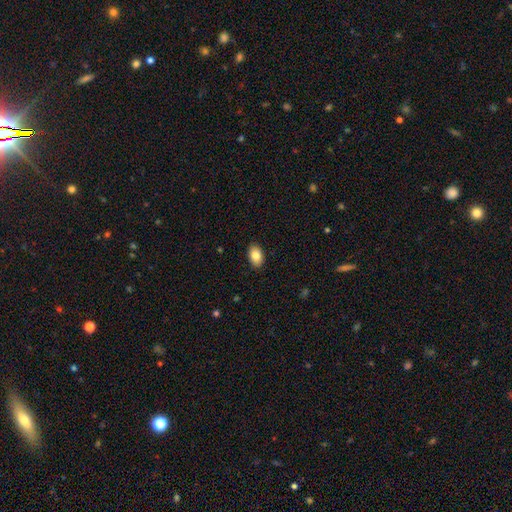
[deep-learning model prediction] Smooth or featured: smooth — 85% (featured or disk — 8%)
How rounded: in between — 90% (round — 9%)
Merging: none — 89% (minor disturbance — 8%)